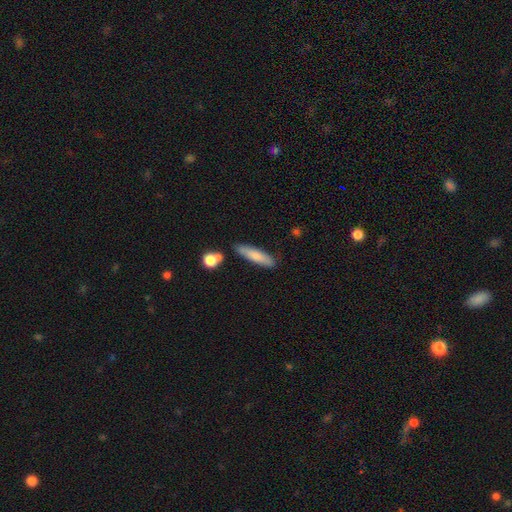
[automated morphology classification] Smooth or featured? smooth (78%)
How rounded? cigar-shaped (78%)
Merging? none (80%)